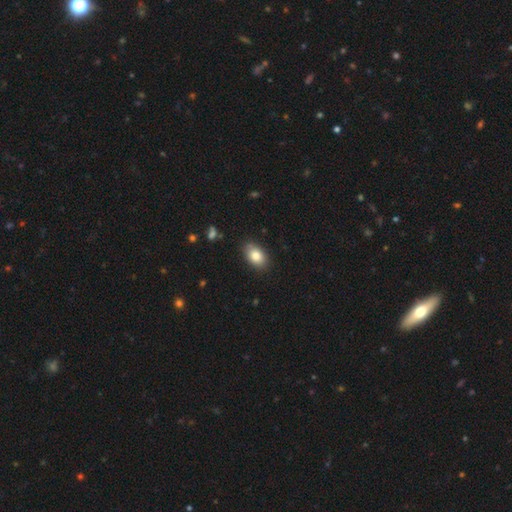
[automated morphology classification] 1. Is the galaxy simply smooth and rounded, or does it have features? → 82% smooth, 10% featured or disk, 8% star or artifact.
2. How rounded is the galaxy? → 87% in between, 12% round, 1% cigar-shaped.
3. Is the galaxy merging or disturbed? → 84% none, 12% minor disturbance, 2% major disturbance, 1% merger.